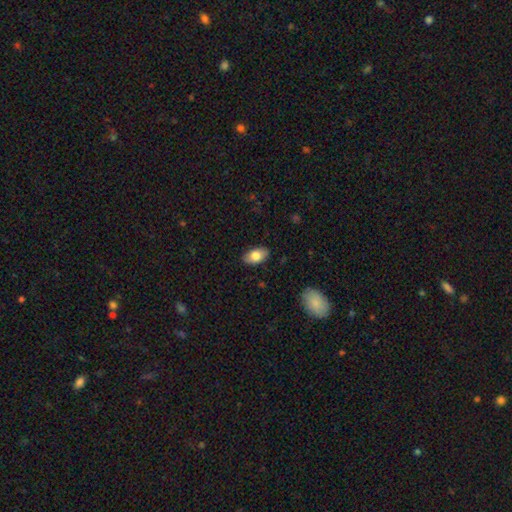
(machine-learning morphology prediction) smooth-or-featured: smooth: 80% | featured or disk: 14% | star or artifact: 6%
  how-rounded: in between: 93% | round: 5% | cigar-shaped: 2%
  merging: none: 87% | minor disturbance: 10% | major disturbance: 2% | merger: 1%